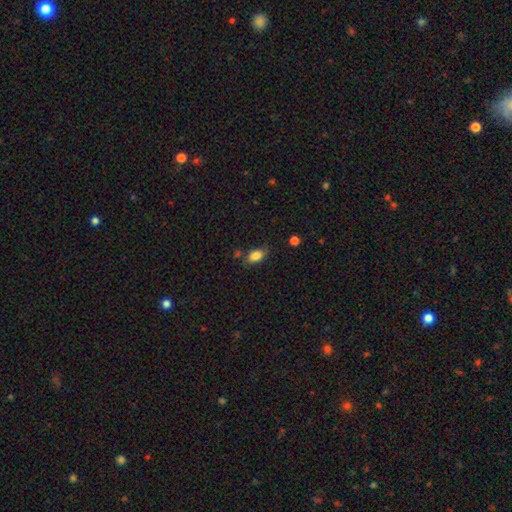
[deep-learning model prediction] Overall: smooth (84%). How rounded: in between (87%). Merging: none (67%).